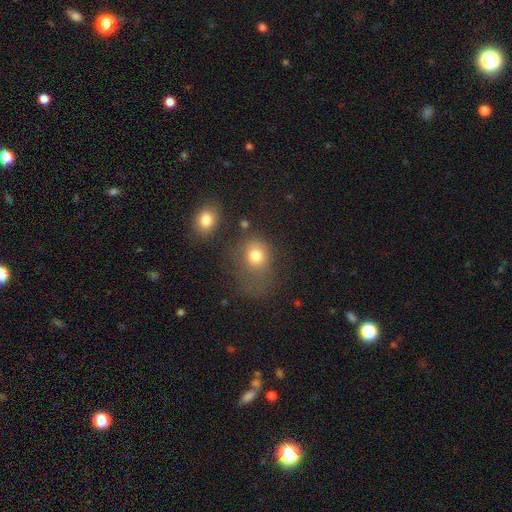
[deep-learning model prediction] Q: Smooth or featured?
A: smooth (76%); runner-up: star or artifact (13%)
Q: How rounded?
A: round (56%); runner-up: in between (43%)
Q: Merging?
A: none (41%); runner-up: major disturbance (25%)